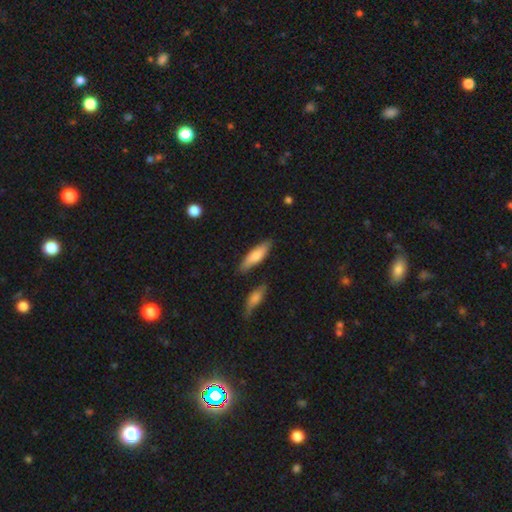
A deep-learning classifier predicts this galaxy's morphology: Smooth or featured? Predicted: smooth (p=0.72). How rounded? Predicted: cigar-shaped (p=0.58). Merging? Predicted: none (p=0.81).